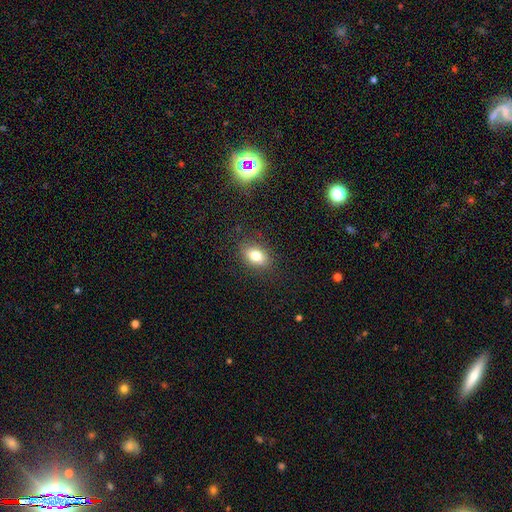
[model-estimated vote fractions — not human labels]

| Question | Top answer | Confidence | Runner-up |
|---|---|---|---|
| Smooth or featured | smooth | 79% | featured or disk (11%) |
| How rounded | in between | 79% | round (19%) |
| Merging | none | 85% | minor disturbance (10%) |